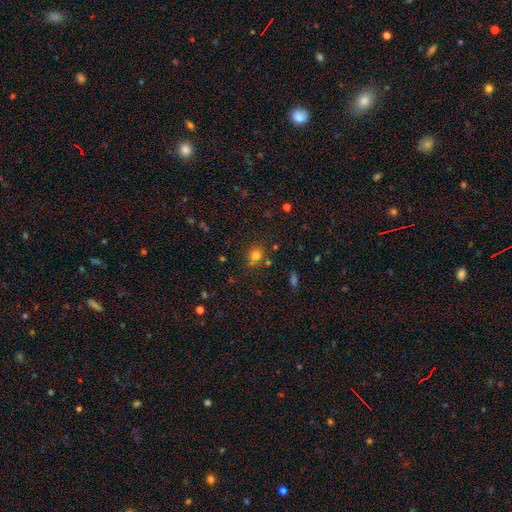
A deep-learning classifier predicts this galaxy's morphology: smooth_or_featured: smooth (p=0.76) [alt: star or artifact p=0.17]
how_rounded: round (p=0.76) [alt: in between p=0.23]
merging: none (p=0.75) [alt: minor disturbance p=0.12]